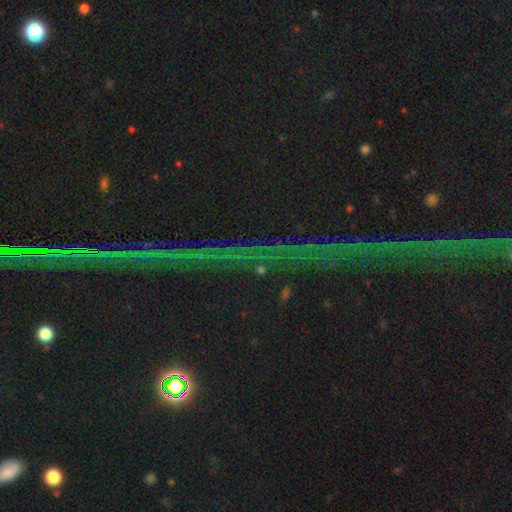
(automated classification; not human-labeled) smooth_or_featured: star or artifact (p=0.84) [alt: featured or disk p=0.10]